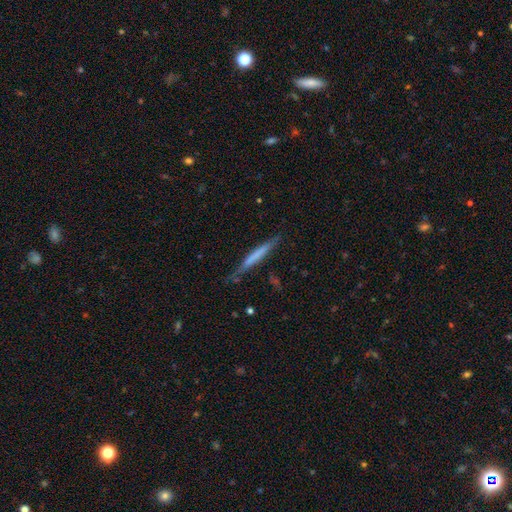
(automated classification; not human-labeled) smooth-or-featured: smooth: 53% | featured or disk: 41% | star or artifact: 6%
  how-rounded: cigar-shaped: 96% | in between: 2% | round: 1%
  merging: none: 78% | minor disturbance: 16% | major disturbance: 3% | merger: 2%